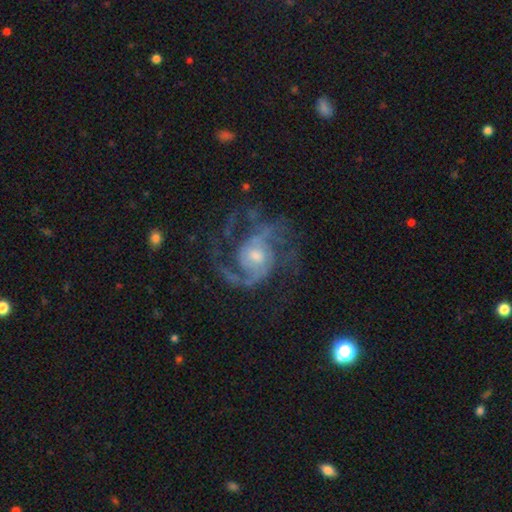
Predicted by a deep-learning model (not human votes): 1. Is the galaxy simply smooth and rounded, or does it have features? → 87% featured or disk, 7% smooth, 6% star or artifact.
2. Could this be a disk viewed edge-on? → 98% no, 2% yes.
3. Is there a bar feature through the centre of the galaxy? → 64% no, 31% weak, 6% strong.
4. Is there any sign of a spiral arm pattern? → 95% yes, 5% no.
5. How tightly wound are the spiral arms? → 50% medium, 29% loose, 21% tight.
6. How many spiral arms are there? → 43% 2, 21% 3, 15% can't tell, 9% 1, 7% 4, 6% more than 4.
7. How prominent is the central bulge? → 54% moderate, 34% small, 7% large, 3% none, 1% dominant.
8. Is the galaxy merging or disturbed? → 54% none, 26% major disturbance, 17% minor disturbance, 2% merger.